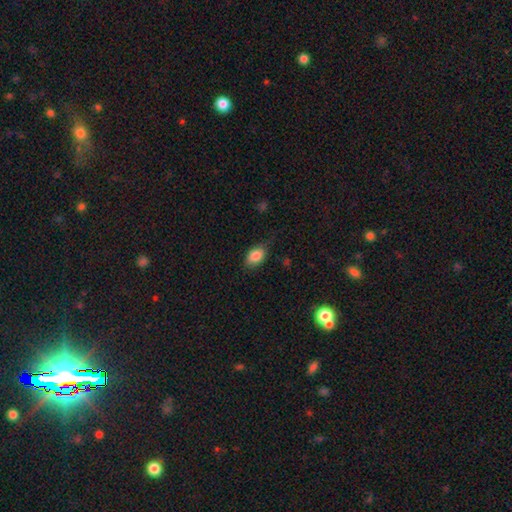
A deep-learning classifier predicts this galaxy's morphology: Overall: smooth (84%). How rounded: in between (86%). Merging: none (74%).